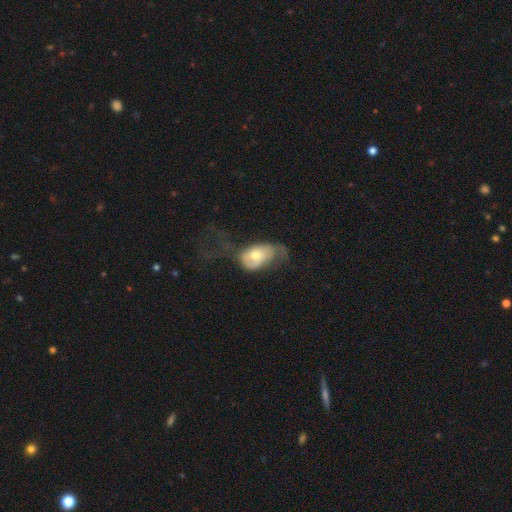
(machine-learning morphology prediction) This is possibly a smooth galaxy (50%). How rounded: clearly in between (84%). Merging: possibly major disturbance (52%).